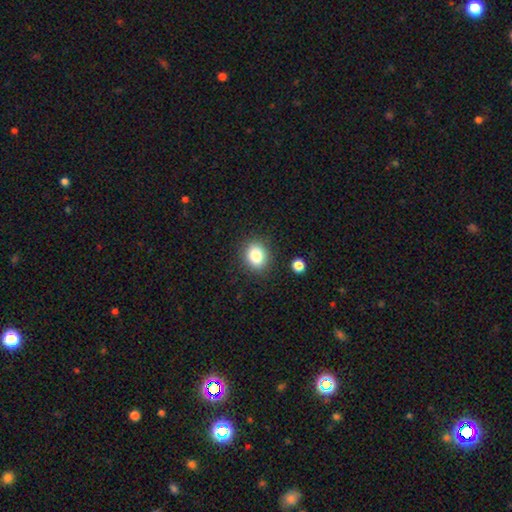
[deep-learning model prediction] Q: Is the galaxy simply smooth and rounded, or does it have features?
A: smooth — 83%.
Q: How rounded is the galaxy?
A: round — 60%.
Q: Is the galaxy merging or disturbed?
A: none — 87%.